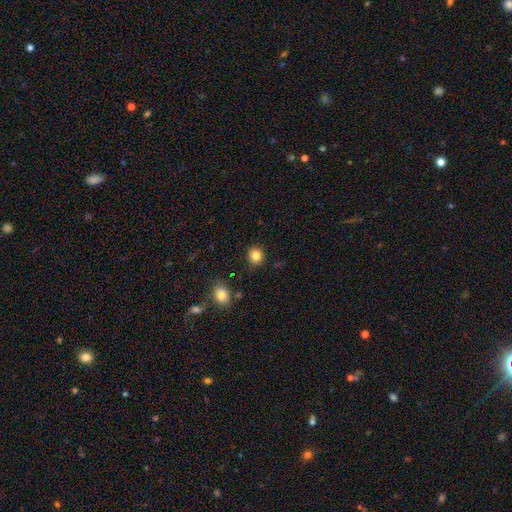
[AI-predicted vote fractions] Q: Smooth or featured?
A: smooth (83%); runner-up: star or artifact (11%)
Q: How rounded?
A: round (85%); runner-up: in between (14%)
Q: Merging?
A: none (89%); runner-up: minor disturbance (7%)